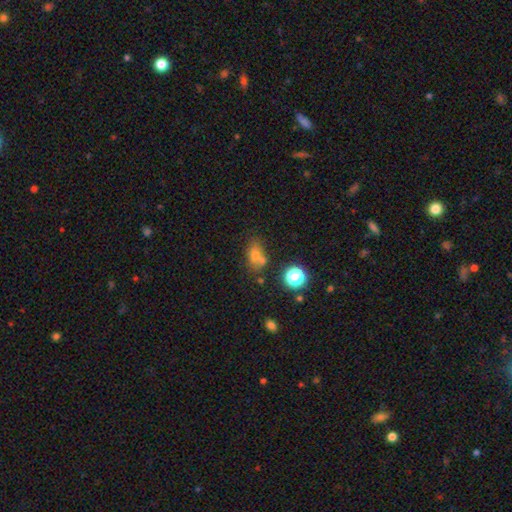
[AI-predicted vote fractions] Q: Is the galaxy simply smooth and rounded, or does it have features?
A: smooth — 64%.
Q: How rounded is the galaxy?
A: in between — 60%.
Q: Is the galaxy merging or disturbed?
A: none — 49%.